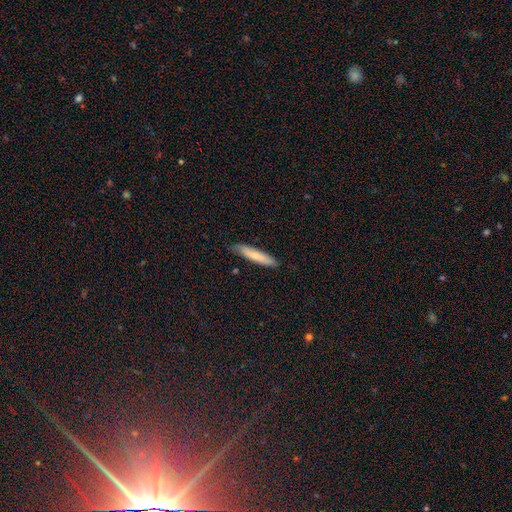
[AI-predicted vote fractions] The model was most divided on "smooth or featured": smooth: 74%, featured or disk: 20%, star or artifact: 6%. More confident: how rounded — cigar-shaped (87%); merging — none (83%).